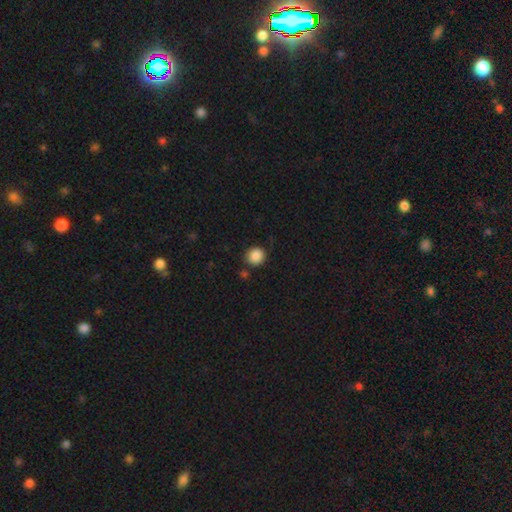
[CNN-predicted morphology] Smooth or featured? smooth (88%)
How rounded? round (88%)
Merging? none (84%)